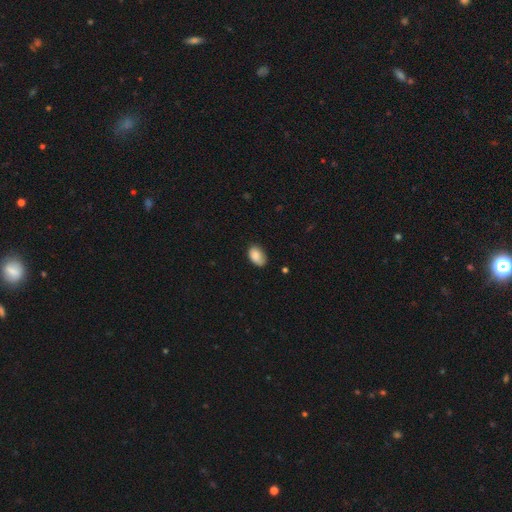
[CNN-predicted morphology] smooth 87%, star or artifact 7%, featured or disk 6%. Down the decision tree: how rounded — in between (91%); merging — none (71%).